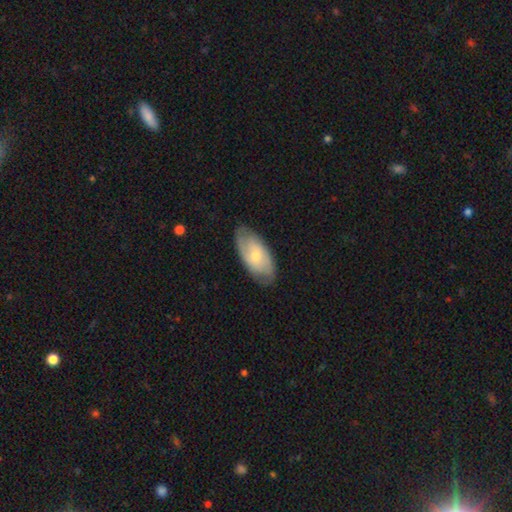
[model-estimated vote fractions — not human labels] This appears to be a featured or disk galaxy (56%) with no bar (69%), spiral arms (79%) and a small central bulge (54%). Merging: none (78%).